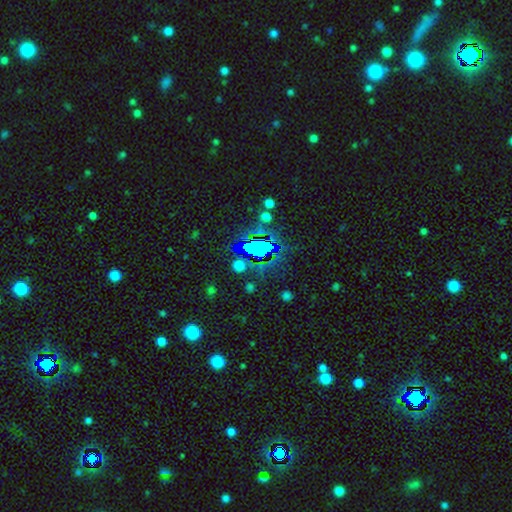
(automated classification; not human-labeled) Smooth or featured: star or artifact — 63% (smooth — 26%)